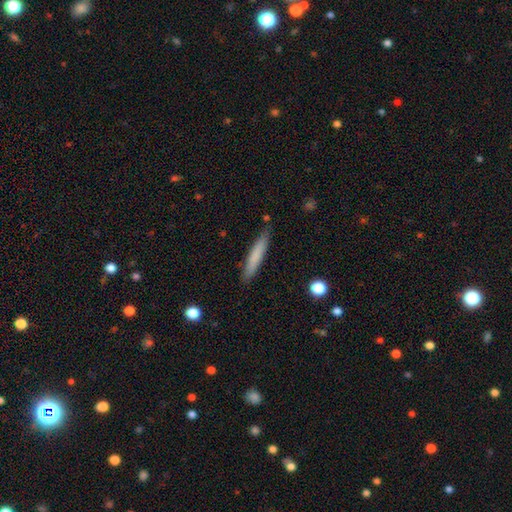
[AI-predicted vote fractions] smooth 75%, featured or disk 19%, star or artifact 6%. Down the decision tree: how rounded — cigar-shaped (93%); merging — none (87%).